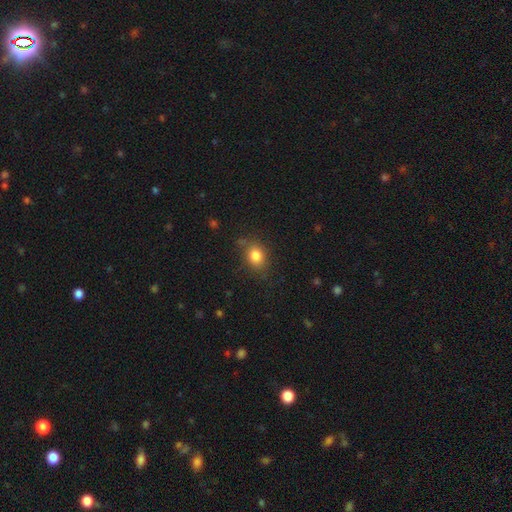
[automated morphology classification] smooth 82%, star or artifact 11%, featured or disk 7%. Down the decision tree: how rounded — in between (50%); merging — none (76%).